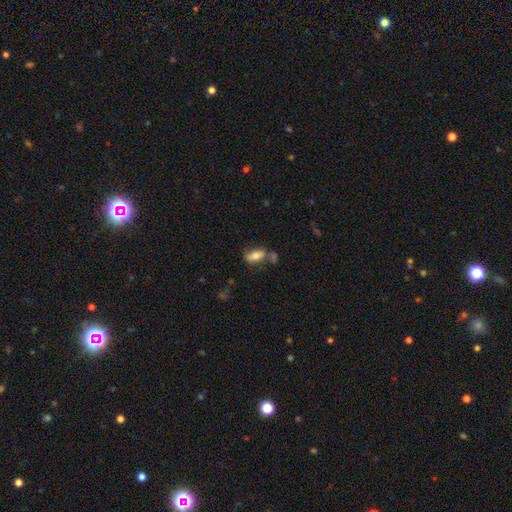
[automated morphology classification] This appears to be a smooth galaxy with no disk features (71%) that is in between round and cigar-shaped (84%). Merging: none (57%).